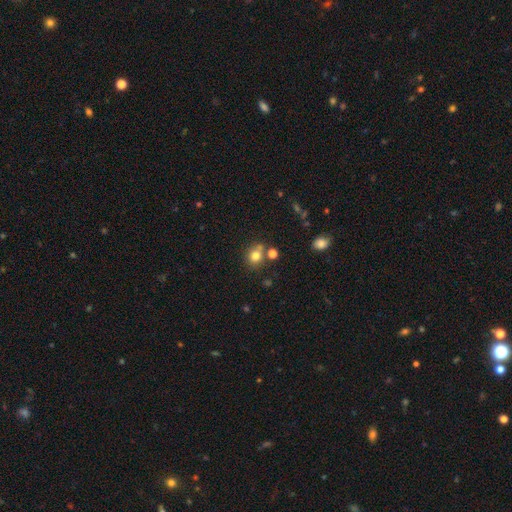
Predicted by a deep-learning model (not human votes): Overall: smooth (77%). How rounded: round (75%). Merging: none (65%).